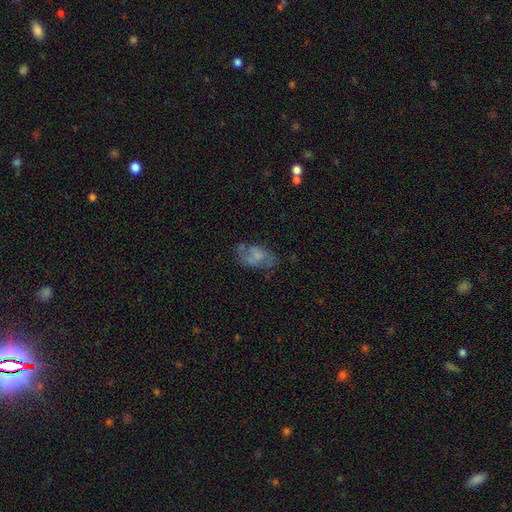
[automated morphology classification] smooth-or-featured: featured or disk: 51% | smooth: 38% | star or artifact: 11%
  disk-edge-on: no: 96% | yes: 4%
  merging: none: 48% | minor disturbance: 24% | major disturbance: 22% | merger: 6%